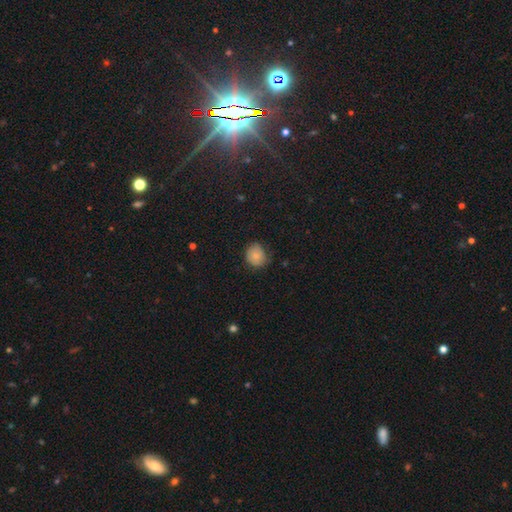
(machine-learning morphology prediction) Smooth or featured?
  - smooth: 77% *
  - featured or disk: 15%
  - star or artifact: 9%
How rounded?
  - round: 73% *
  - in between: 26%
  - cigar-shaped: 1%
Merging?
  - none: 64% *
  - minor disturbance: 29%
  - major disturbance: 6%
  - merger: 1%